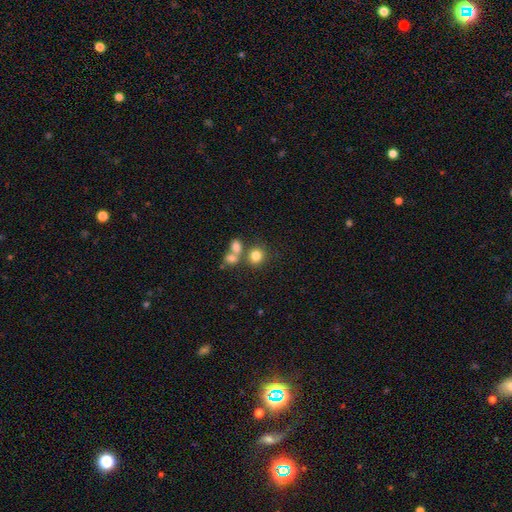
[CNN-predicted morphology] type=smooth (79%); roundness=round (80%); merging=none (59%).